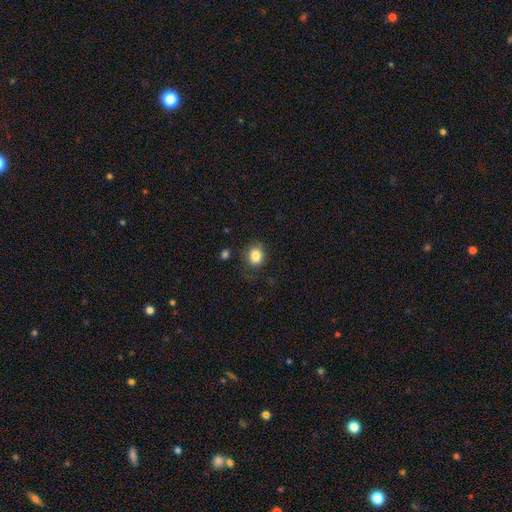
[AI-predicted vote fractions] This appears to be a smooth galaxy with no disk features (83%) that is round (68%). Merging: none (75%).